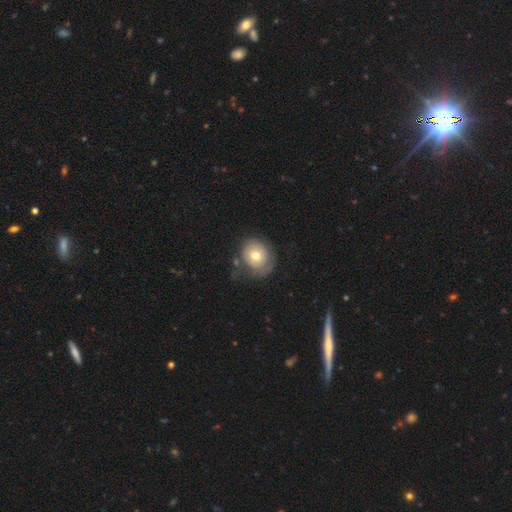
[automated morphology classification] This appears to be a smooth galaxy with no disk features (60%) that is round (73%). Merging: none (56%).